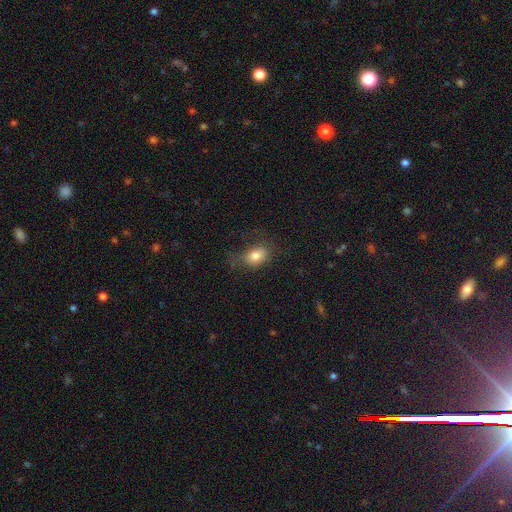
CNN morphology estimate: Smooth or featured: smooth — 80% (star or artifact — 10%)
How rounded: in between — 76% (round — 23%)
Merging: none — 59% (minor disturbance — 24%)